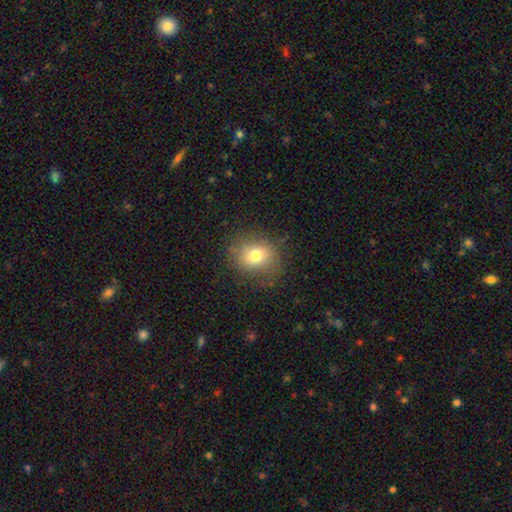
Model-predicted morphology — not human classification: Q: Smooth or featured?
A: smooth (74%); runner-up: featured or disk (15%)
Q: How rounded?
A: round (65%); runner-up: in between (34%)
Q: Merging?
A: none (74%); runner-up: minor disturbance (17%)